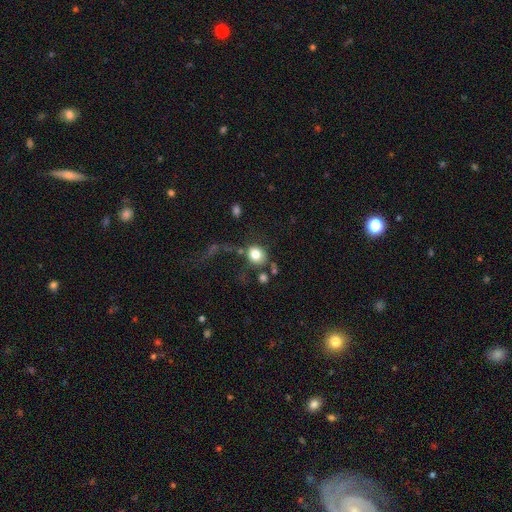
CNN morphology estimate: smooth-or-featured: smooth: 76% | featured or disk: 12% | star or artifact: 12%
  how-rounded: round: 78% | in between: 21% | cigar-shaped: 1%
  merging: none: 48% | major disturbance: 23% | minor disturbance: 14% | merger: 14%